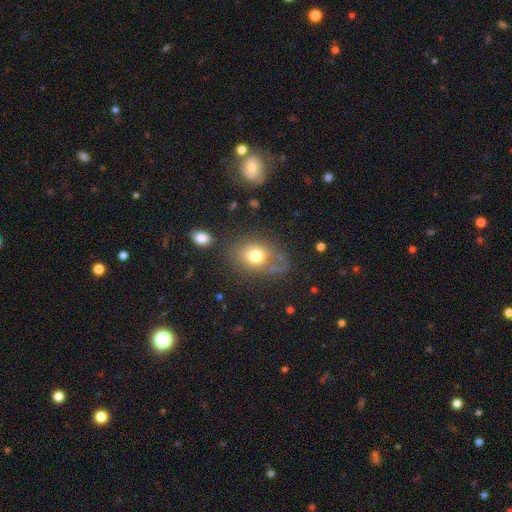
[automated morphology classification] A smooth galaxy with no disk features (70%) that is in between round and cigar-shaped (54%).

Vote fractions:
- Smooth or featured? smooth: 70% / featured or disk: 18% / star or artifact: 11%
- How rounded? in between: 54% / round: 45% / cigar-shaped: 1%
- Merging? none: 53% / minor disturbance: 22% / major disturbance: 20% / merger: 5%